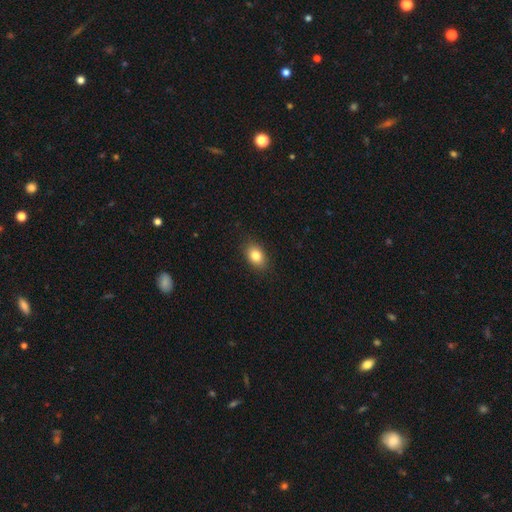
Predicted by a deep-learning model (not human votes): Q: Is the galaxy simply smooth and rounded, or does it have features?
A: smooth — 83%.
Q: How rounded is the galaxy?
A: in between — 77%.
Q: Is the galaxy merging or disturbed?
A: none — 88%.